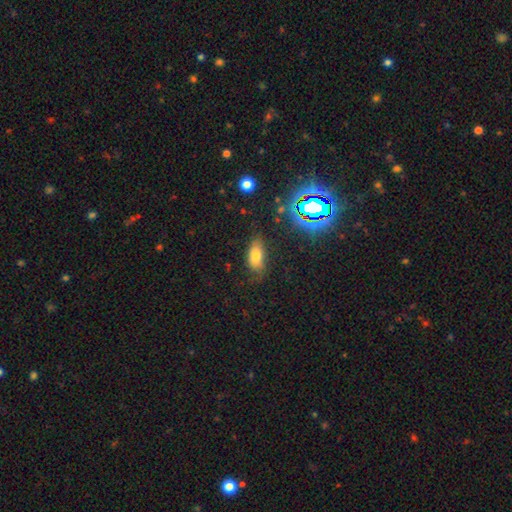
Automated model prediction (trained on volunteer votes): smooth-or-featured: smooth: 71% | star or artifact: 16% | featured or disk: 13%
  how-rounded: in between: 86% | cigar-shaped: 9% | round: 5%
  merging: none: 69% | minor disturbance: 21% | major disturbance: 7% | merger: 2%